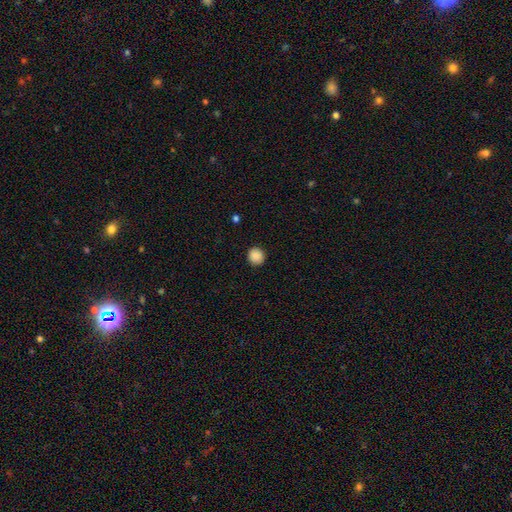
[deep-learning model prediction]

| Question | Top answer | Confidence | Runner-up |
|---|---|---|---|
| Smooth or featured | smooth | 89% | star or artifact (9%) |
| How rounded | round | 89% | in between (10%) |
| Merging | none | 91% | minor disturbance (6%) |